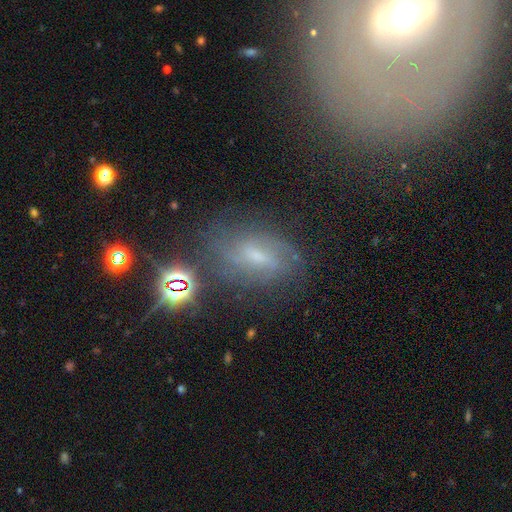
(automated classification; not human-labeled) A featured or disk galaxy (59%) with a weak bar (53%), spiral arms (83%) and a small central bulge (51%). Merging: none (67%).